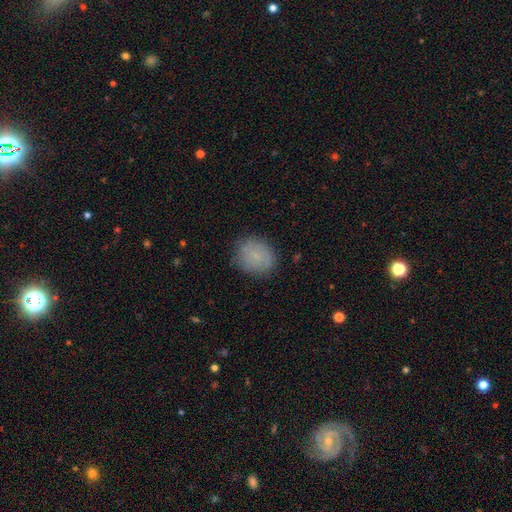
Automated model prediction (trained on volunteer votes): This is likely a smooth galaxy (76%). How rounded: likely round (71%). Merging: clearly none (82%).